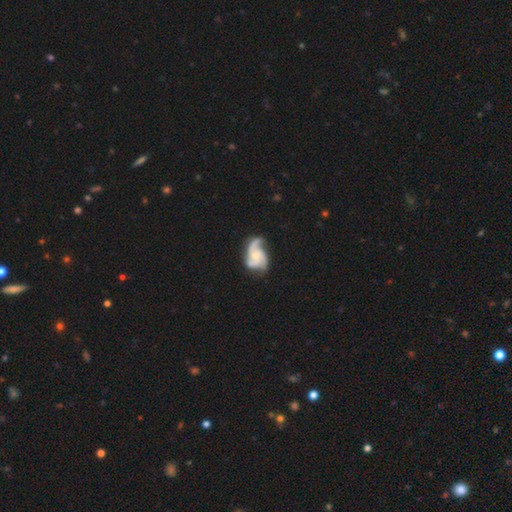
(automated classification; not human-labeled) smooth-or-featured: featured or disk: 86% | smooth: 9% | star or artifact: 5%
  disk-edge-on: no: 98% | yes: 2%
    bar: no: 71% | weak: 25% | strong: 5%
    has-spiral-arms: yes: 97% | no: 3%
      spiral-winding: medium: 52% | tight: 25% | loose: 23%
      spiral-arm-count: 3: 65% | 2: 18% | can't tell: 5% | 4: 5% | 1: 4% | more than 4: 3%
    bulge-size: small: 58% | moderate: 32% | none: 7% | large: 2% | dominant: 1%
  merging: none: 54% | minor disturbance: 25% | major disturbance: 17% | merger: 4%